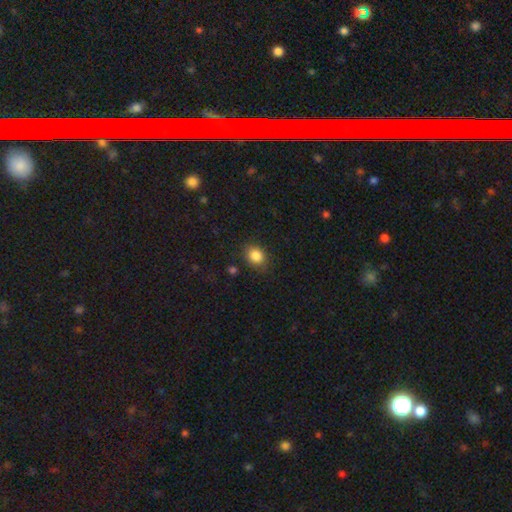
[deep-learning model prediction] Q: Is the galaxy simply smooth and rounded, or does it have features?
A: smooth — 86%.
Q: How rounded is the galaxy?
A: round — 59%.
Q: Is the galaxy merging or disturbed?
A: none — 80%.